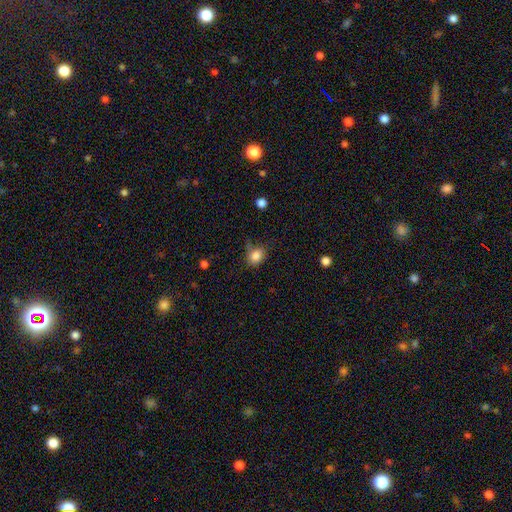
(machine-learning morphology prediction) Smooth or featured: smooth — 83% (star or artifact — 11%)
How rounded: round — 57% (in between — 42%)
Merging: none — 57% (minor disturbance — 29%)